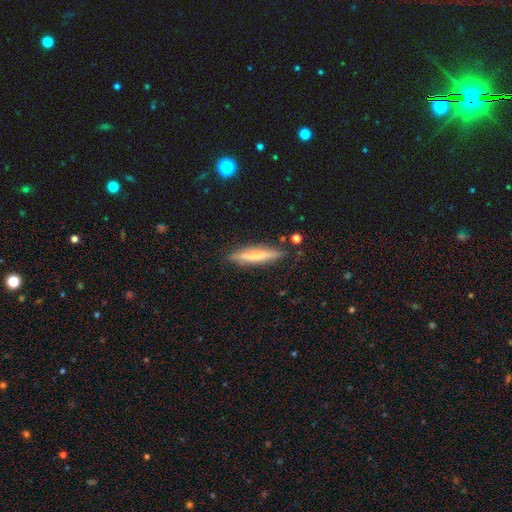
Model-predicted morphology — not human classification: A smooth galaxy with no disk features (57%) that is cigar-shaped (90%).

Vote fractions:
- Smooth or featured? smooth: 57% / featured or disk: 36% / star or artifact: 7%
- How rounded? cigar-shaped: 90% / in between: 8% / round: 1%
- Merging? none: 84% / minor disturbance: 11% / major disturbance: 2% / merger: 2%